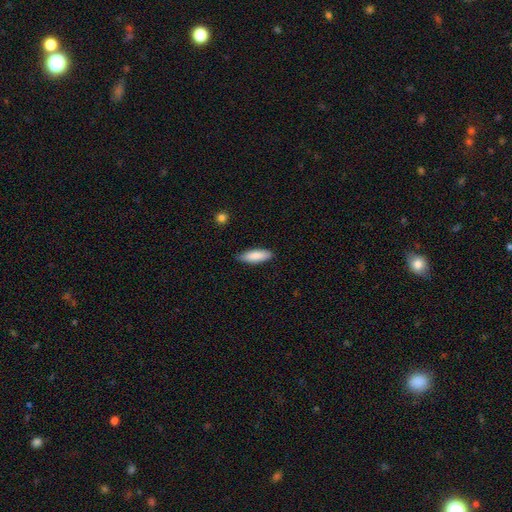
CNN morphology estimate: smooth_or_featured: smooth (p=0.86) [alt: featured or disk p=0.08]
how_rounded: in between (p=0.58) [alt: cigar-shaped p=0.41]
merging: none (p=0.82) [alt: minor disturbance p=0.15]